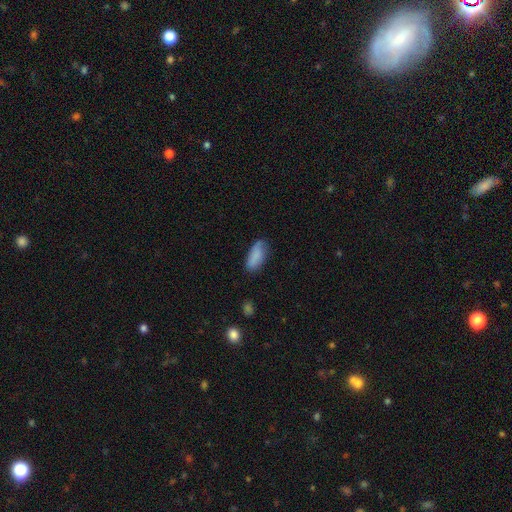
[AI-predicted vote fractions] Smooth or featured? smooth (85%)
How rounded? in between (83%)
Merging? none (69%)